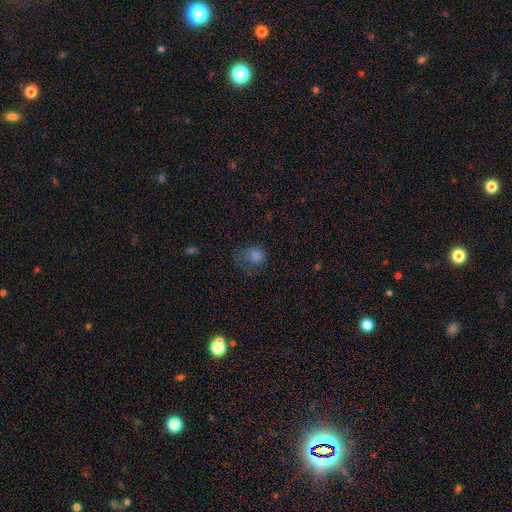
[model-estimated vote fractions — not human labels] A smooth galaxy with no disk features (77%) that is round (67%). Merging: none (41%).